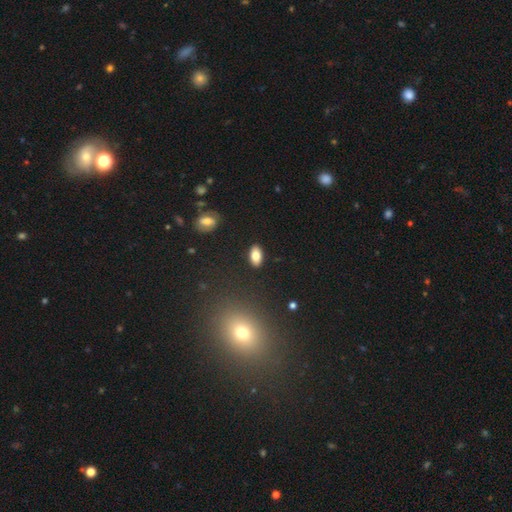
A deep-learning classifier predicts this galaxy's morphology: Smooth or featured?
  - smooth: 81% *
  - featured or disk: 11%
  - star or artifact: 9%
How rounded?
  - in between: 92% *
  - round: 4%
  - cigar-shaped: 4%
Merging?
  - none: 89% *
  - minor disturbance: 8%
  - major disturbance: 2%
  - merger: 1%